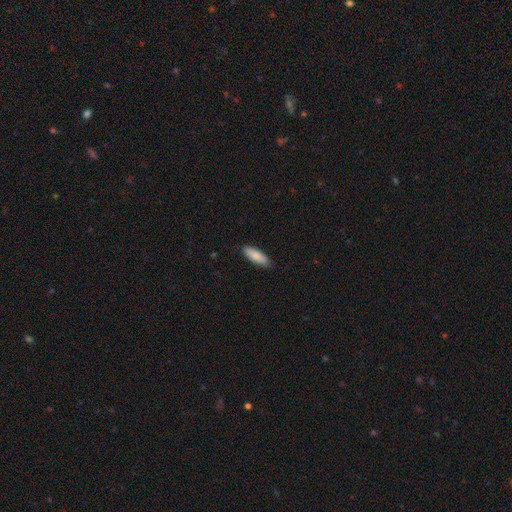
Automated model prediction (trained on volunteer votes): smooth-or-featured: smooth: 88% | featured or disk: 6% | star or artifact: 6%
  how-rounded: in between: 59% | cigar-shaped: 40% | round: 1%
  merging: none: 88% | minor disturbance: 9% | major disturbance: 2% | merger: 1%